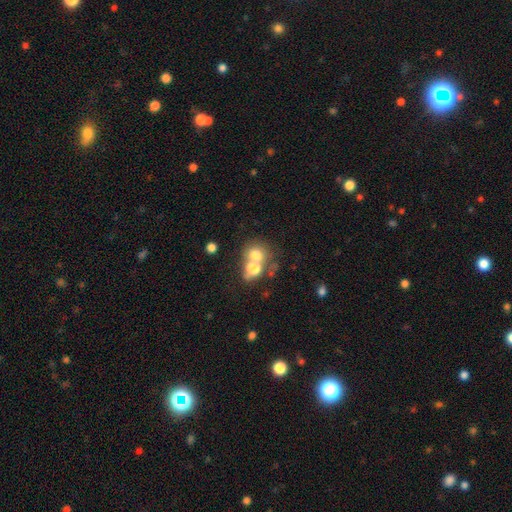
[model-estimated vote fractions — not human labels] Q: Smooth or featured?
A: smooth (70%); runner-up: featured or disk (16%)
Q: How rounded?
A: round (74%); runner-up: in between (25%)
Q: Merging?
A: merger (52%); runner-up: none (36%)